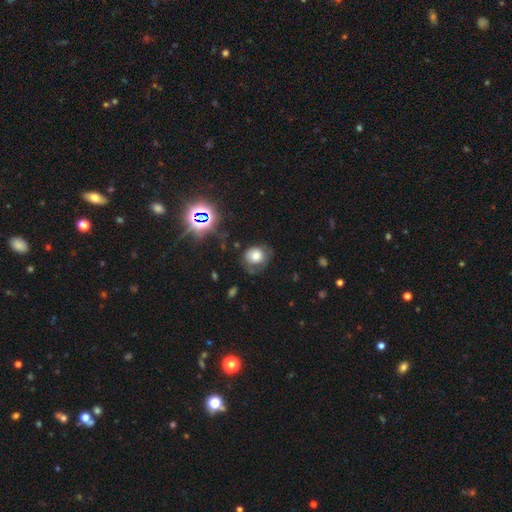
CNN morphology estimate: Smooth or featured?
  - smooth: 65% *
  - featured or disk: 19%
  - star or artifact: 15%
How rounded?
  - round: 73% *
  - in between: 26%
  - cigar-shaped: 1%
Merging?
  - none: 56% *
  - minor disturbance: 27%
  - major disturbance: 15%
  - merger: 2%